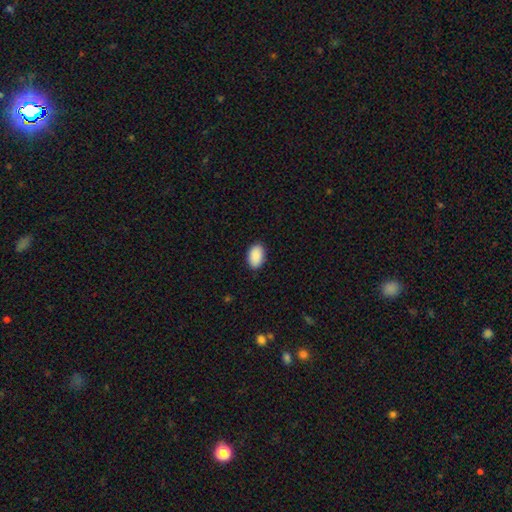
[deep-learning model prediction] Morphology: type=smooth (91%); roundness=in between (92%); merging=none (88%).